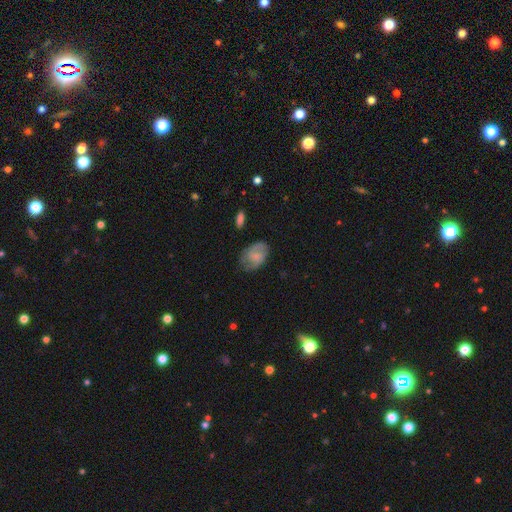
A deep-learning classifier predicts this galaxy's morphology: Overall: smooth (53%; featured or disk 39%). How rounded: in between (83%). Merging: none (64%; minor disturbance 25%).